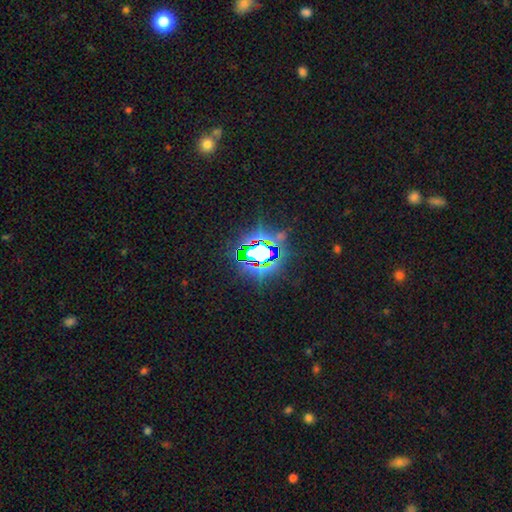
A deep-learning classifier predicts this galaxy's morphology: Smooth or featured? Predicted: star or artifact (p=0.76).